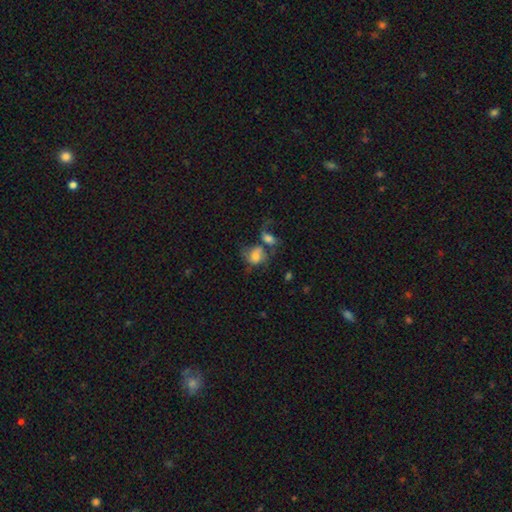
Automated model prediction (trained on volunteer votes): A smooth galaxy with no disk features (57%) that is in between round and cigar-shaped (50%).

Vote fractions:
- Smooth or featured? smooth: 57% / featured or disk: 33% / star or artifact: 10%
- How rounded? in between: 50% / round: 49% / cigar-shaped: 1%
- Merging? merger: 51% / none: 21% / major disturbance: 17% / minor disturbance: 12%